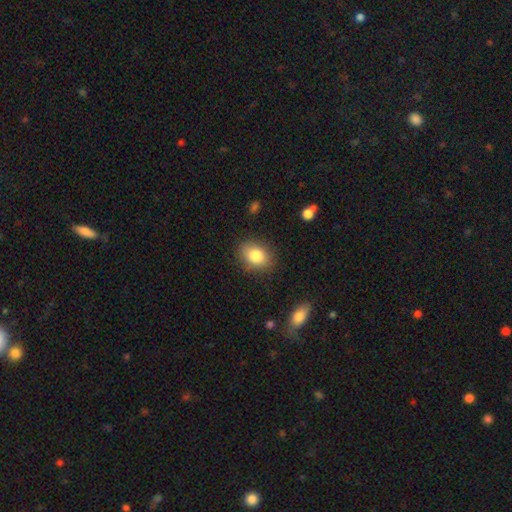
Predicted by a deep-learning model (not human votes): smooth 83%, featured or disk 9%, star or artifact 8%. Down the decision tree: how rounded — in between (68%); merging — none (83%).